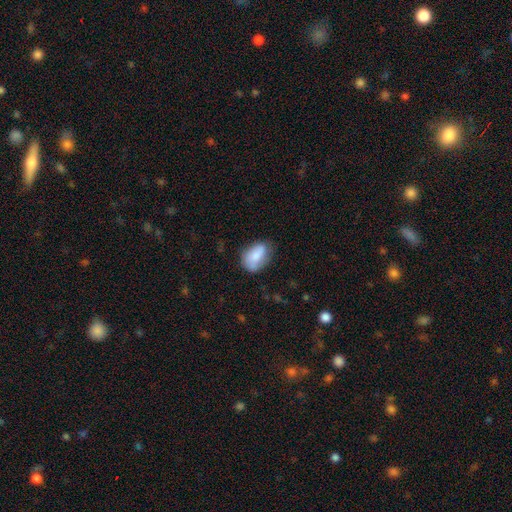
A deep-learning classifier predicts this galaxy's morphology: Smooth or featured: smooth — 77% (featured or disk — 16%)
How rounded: in between — 88% (round — 10%)
Merging: none — 61% (minor disturbance — 29%)